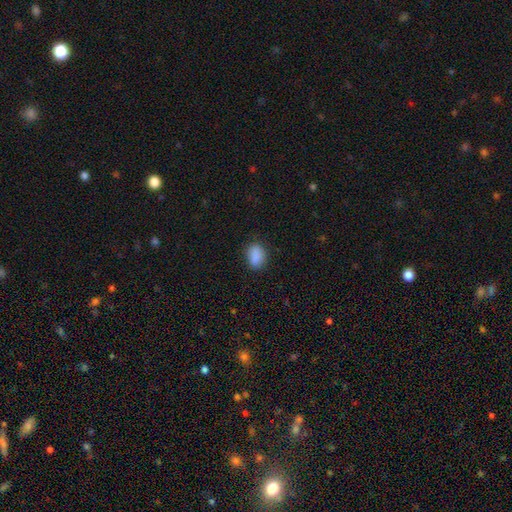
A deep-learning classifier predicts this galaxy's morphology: The model was most divided on "how rounded": in between: 80%, round: 18%, cigar-shaped: 2%. More confident: smooth or featured — smooth (88%); merging — none (81%).